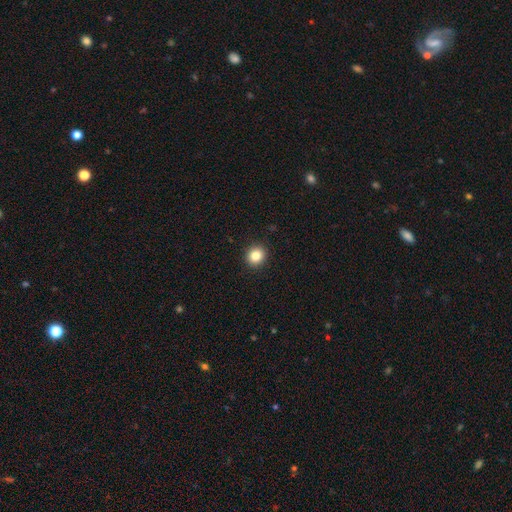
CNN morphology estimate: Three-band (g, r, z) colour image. It shows a smooth galaxy with no disk features (84%) that is round (84%). Merging: none (92%).